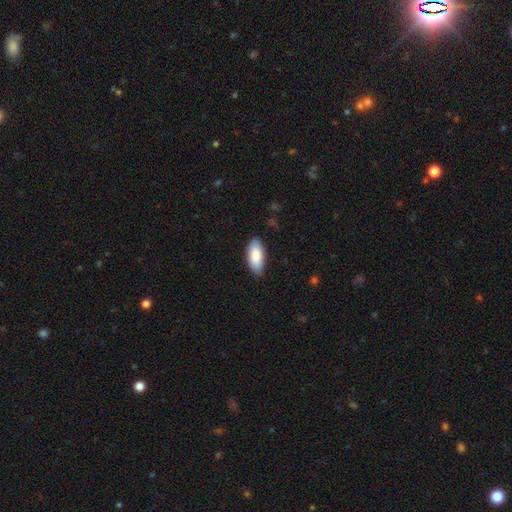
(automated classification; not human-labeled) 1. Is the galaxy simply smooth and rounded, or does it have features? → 86% smooth, 8% featured or disk, 6% star or artifact.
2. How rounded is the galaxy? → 91% in between, 7% cigar-shaped, 2% round.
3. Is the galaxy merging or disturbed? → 83% none, 13% minor disturbance, 2% major disturbance, 1% merger.